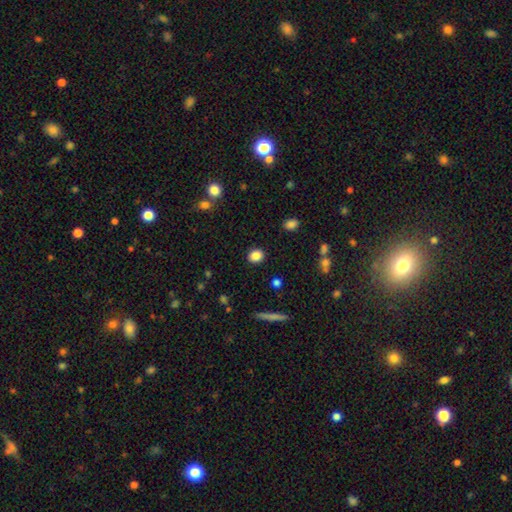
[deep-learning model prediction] smooth-or-featured: smooth: 85% | star or artifact: 10% | featured or disk: 5%
  how-rounded: round: 63% | in between: 35% | cigar-shaped: 2%
  merging: none: 90% | minor disturbance: 7% | major disturbance: 2% | merger: 1%